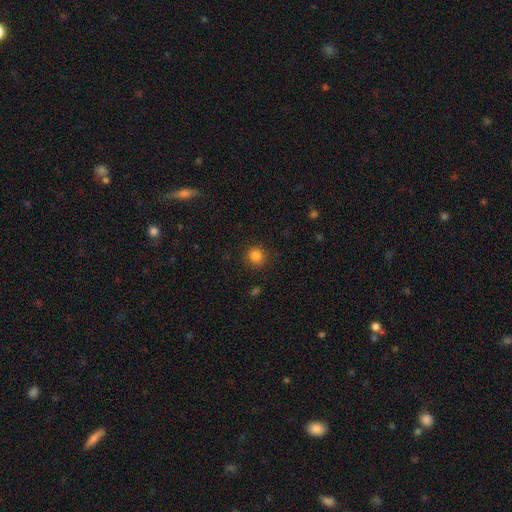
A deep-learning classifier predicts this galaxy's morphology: Smooth or featured? smooth (84%)
How rounded? round (92%)
Merging? none (89%)